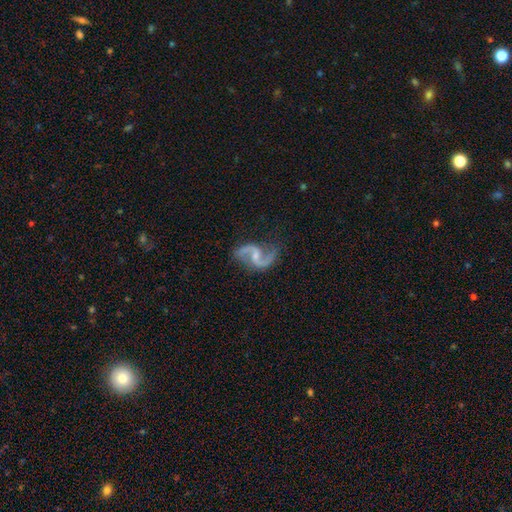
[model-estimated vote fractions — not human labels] A featured or disk galaxy (93%) with a weak bar (49%), 2 (94%) loose (59%) spiral arms (98%) and a small central bulge (53%). Merging: none (79%).